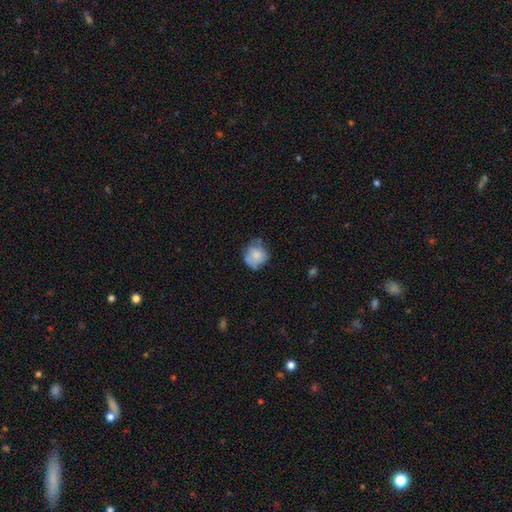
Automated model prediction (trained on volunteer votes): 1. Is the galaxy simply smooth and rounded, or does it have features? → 72% smooth, 20% featured or disk, 8% star or artifact.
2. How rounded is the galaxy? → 79% round, 20% in between, 1% cigar-shaped.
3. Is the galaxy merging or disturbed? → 52% none, 33% minor disturbance, 11% major disturbance, 4% merger.